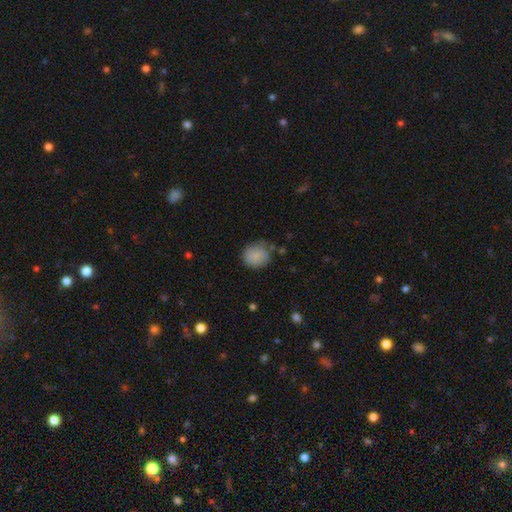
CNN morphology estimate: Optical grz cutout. It shows a smooth galaxy with no disk features (83%) that is round (82%). Merging: none (70%).